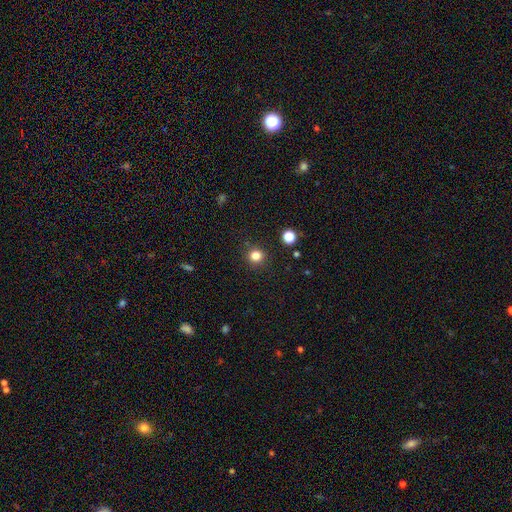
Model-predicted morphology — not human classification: Smooth or featured?
  - smooth: 82% *
  - star or artifact: 14%
  - featured or disk: 4%
How rounded?
  - round: 92% *
  - in between: 7%
  - cigar-shaped: 1%
Merging?
  - none: 90% *
  - minor disturbance: 6%
  - major disturbance: 2%
  - merger: 2%